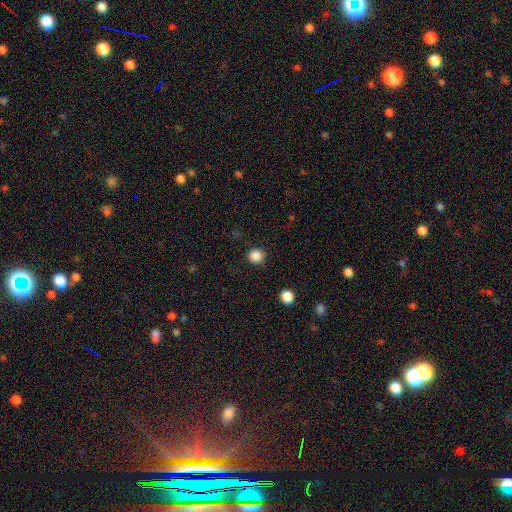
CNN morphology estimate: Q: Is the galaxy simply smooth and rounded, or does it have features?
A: smooth — 86%.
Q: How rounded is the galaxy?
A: round — 93%.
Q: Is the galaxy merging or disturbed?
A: none — 90%.